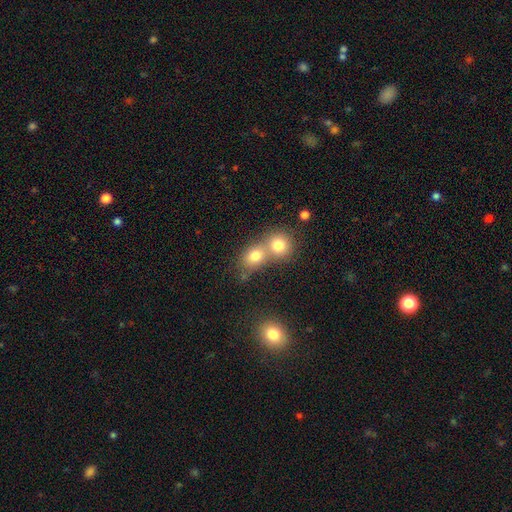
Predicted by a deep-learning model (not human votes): This is likely a smooth galaxy (76%). How rounded: likely round (65%). Merging: possibly merger (56%).